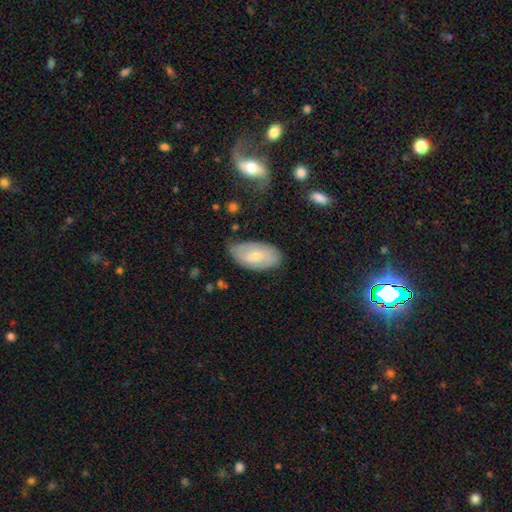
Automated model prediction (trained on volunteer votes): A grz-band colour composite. It shows a smooth galaxy with no disk features (47%). Merging: none (69%).